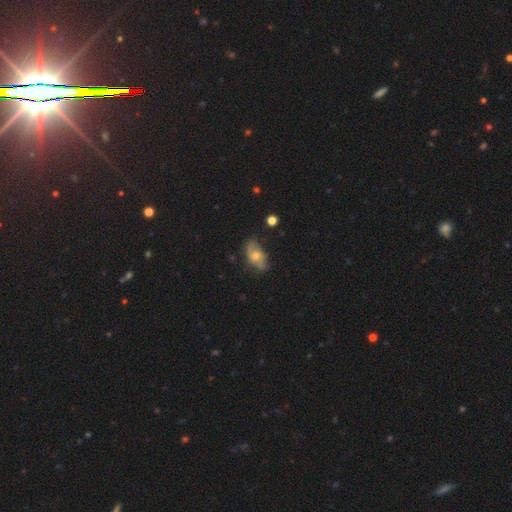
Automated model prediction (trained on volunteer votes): A featured or disk galaxy (47%).

Vote fractions:
- Smooth or featured? featured or disk: 47% / smooth: 44% / star or artifact: 9%
- Merging? none: 56% / minor disturbance: 30% / major disturbance: 12% / merger: 3%